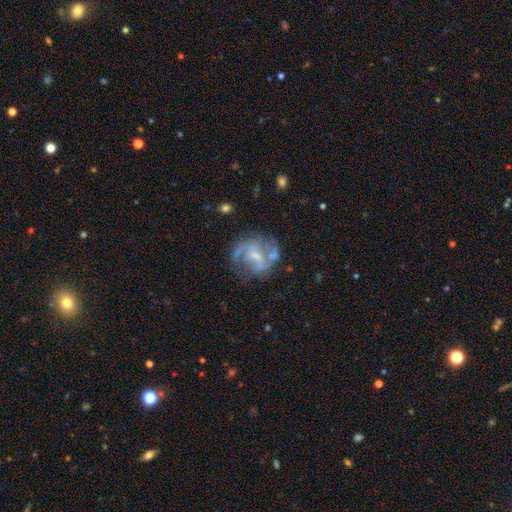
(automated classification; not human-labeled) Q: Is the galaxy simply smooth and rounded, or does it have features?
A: featured or disk — 74%.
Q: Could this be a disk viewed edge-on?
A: no — 97%.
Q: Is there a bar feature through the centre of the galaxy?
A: weak — 48%.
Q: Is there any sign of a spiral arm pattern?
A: yes — 77%.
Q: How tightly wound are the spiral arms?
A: medium — 46%.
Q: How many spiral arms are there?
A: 2 — 57%.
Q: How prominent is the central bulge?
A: small — 45%.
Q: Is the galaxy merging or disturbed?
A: none — 51%.